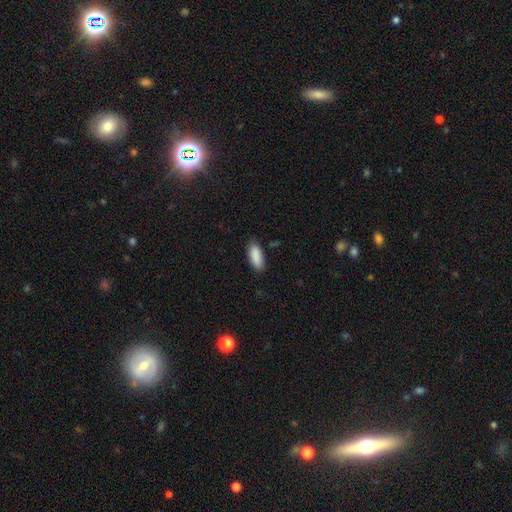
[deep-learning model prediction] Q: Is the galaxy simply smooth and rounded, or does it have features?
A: smooth — 89%.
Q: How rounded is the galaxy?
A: in between — 79%.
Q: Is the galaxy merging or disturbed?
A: none — 83%.